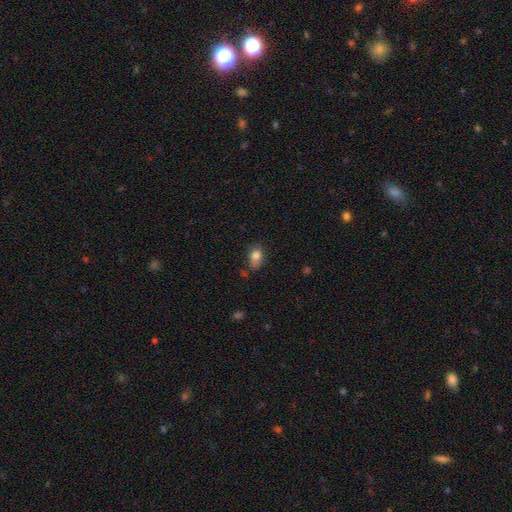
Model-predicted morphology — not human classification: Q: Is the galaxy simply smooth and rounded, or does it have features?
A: smooth — 81%.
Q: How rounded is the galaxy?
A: in between — 73%.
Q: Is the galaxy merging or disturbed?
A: none — 52%.